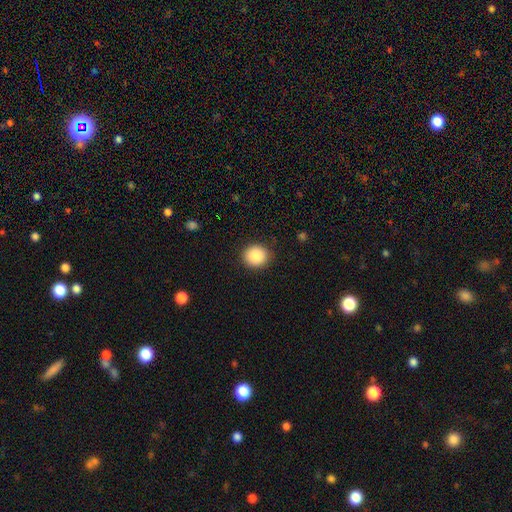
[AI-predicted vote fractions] A smooth galaxy with no disk features (88%) that is round (82%). Merging: none (90%).